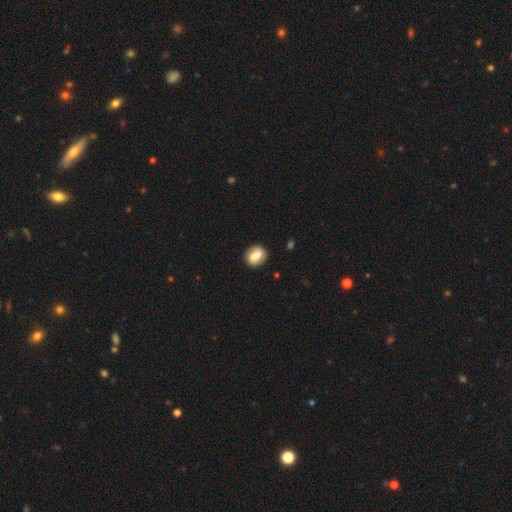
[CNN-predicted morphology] This is possibly a smooth galaxy (52%). How rounded: possibly round (54%). Merging: clearly none (84%).